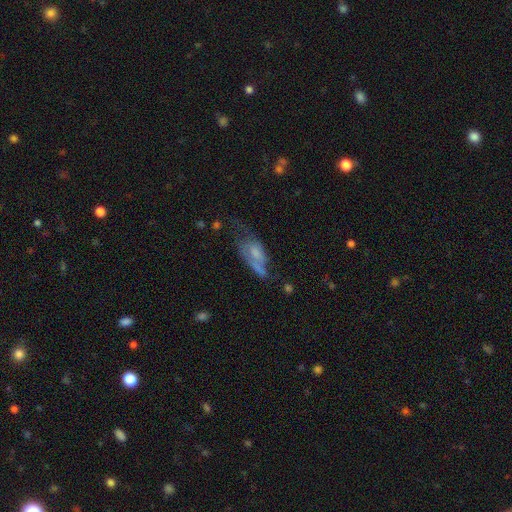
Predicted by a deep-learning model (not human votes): The model was most divided on "merging": major disturbance: 35%, none: 32%, minor disturbance: 26%, merger: 7%. Remaining: smooth or featured — featured or disk (50%).